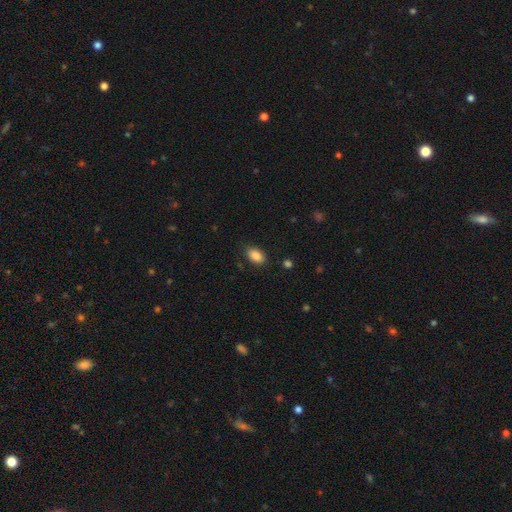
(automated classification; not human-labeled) The model was most divided on "merging": none: 85%, minor disturbance: 11%, major disturbance: 3%, merger: 1%. More confident: how rounded — in between (90%); smooth or featured — smooth (88%).